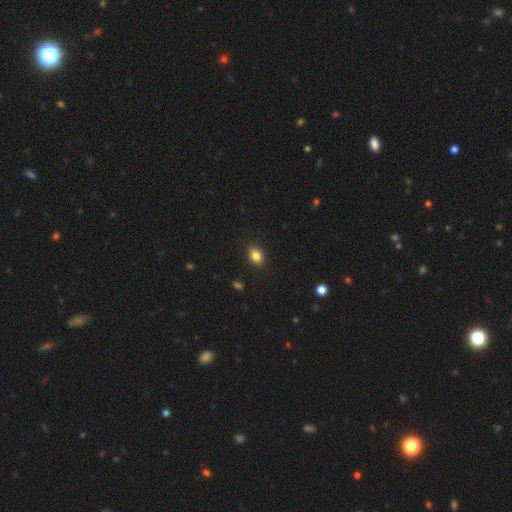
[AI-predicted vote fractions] smooth 84%, star or artifact 10%, featured or disk 6%. Down the decision tree: how rounded — in between (67%); merging — none (90%).